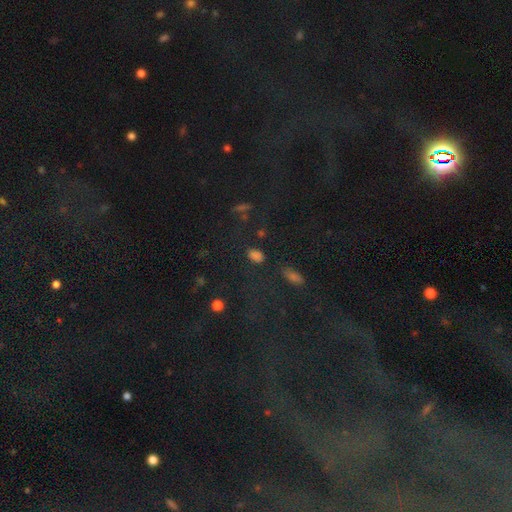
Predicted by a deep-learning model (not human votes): Smooth or featured?
  - smooth: 70% *
  - star or artifact: 24%
  - featured or disk: 6%
How rounded?
  - in between: 81% *
  - round: 14%
  - cigar-shaped: 5%
Merging?
  - none: 76% *
  - minor disturbance: 14%
  - major disturbance: 6%
  - merger: 5%